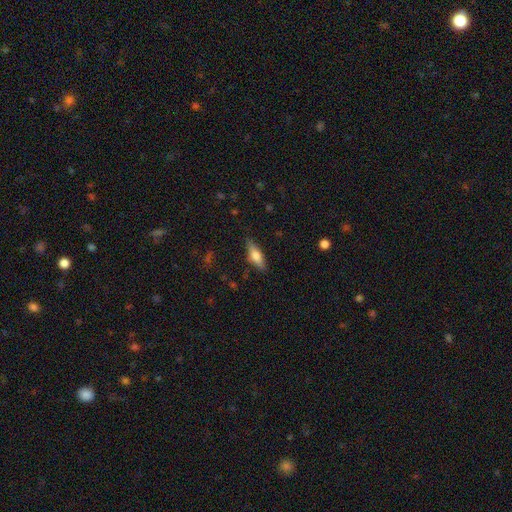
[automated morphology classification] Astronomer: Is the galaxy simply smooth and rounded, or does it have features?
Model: smooth — 59%.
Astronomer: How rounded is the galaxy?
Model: cigar-shaped — 50% (runner-up: in between, 48%).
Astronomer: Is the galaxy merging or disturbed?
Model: none — 83%.